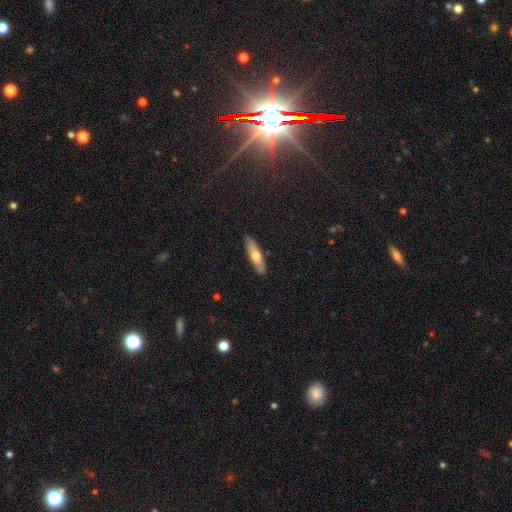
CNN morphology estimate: Overall: smooth (59%; featured or disk 35%). How rounded: cigar-shaped (65%; in between 33%). Merging: none (88%).